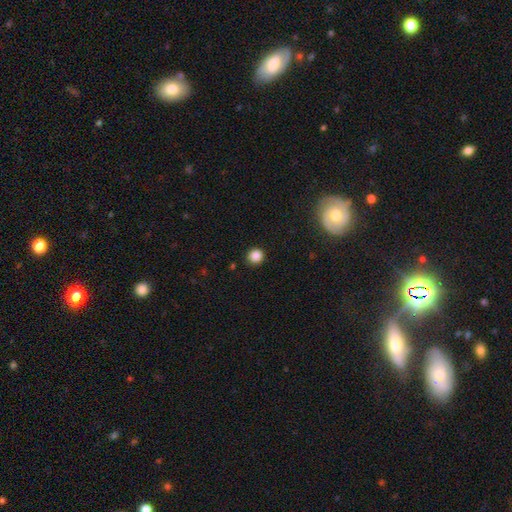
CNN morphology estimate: A smooth galaxy with no disk features (85%) that is round (91%).

Vote fractions:
- Smooth or featured? smooth: 85% / star or artifact: 12% / featured or disk: 3%
- How rounded? round: 91% / in between: 8% / cigar-shaped: 1%
- Merging? none: 89% / minor disturbance: 8% / major disturbance: 2% / merger: 1%